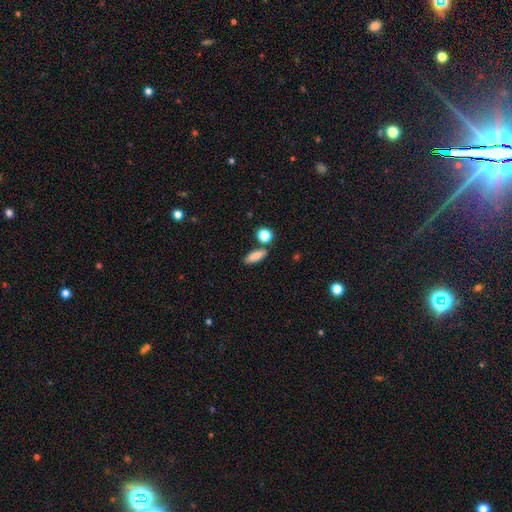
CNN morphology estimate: smooth 84%, star or artifact 9%, featured or disk 7%. Down the decision tree: how rounded — in between (66%); merging — none (74%).